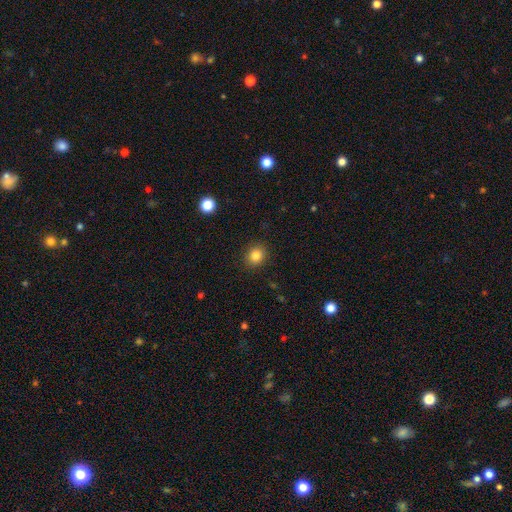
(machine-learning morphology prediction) Smooth or featured?
  - smooth: 84% *
  - star or artifact: 11%
  - featured or disk: 5%
How rounded?
  - round: 74% *
  - in between: 25%
  - cigar-shaped: 1%
Merging?
  - none: 90% *
  - minor disturbance: 7%
  - major disturbance: 2%
  - merger: 1%